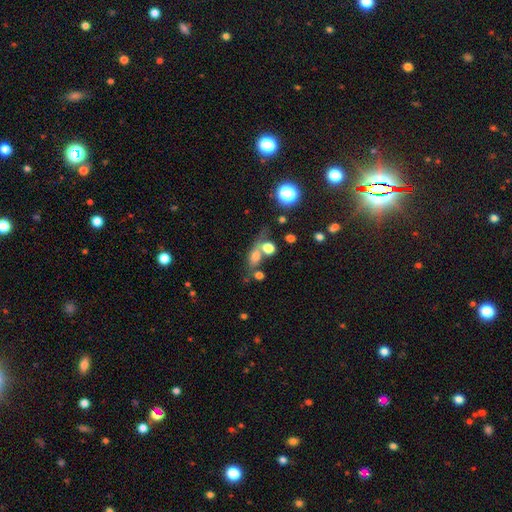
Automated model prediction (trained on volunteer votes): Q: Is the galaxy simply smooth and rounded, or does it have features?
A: smooth — 68%.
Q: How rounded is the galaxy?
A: in between — 61%.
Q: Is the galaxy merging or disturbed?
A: none — 39%.